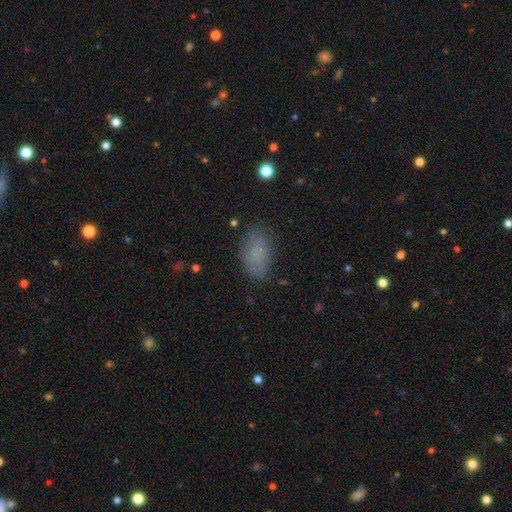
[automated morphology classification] Smooth or featured?
  - smooth: 80% *
  - star or artifact: 11%
  - featured or disk: 9%
How rounded?
  - in between: 92% *
  - round: 6%
  - cigar-shaped: 2%
Merging?
  - none: 76% *
  - minor disturbance: 17%
  - major disturbance: 6%
  - merger: 2%